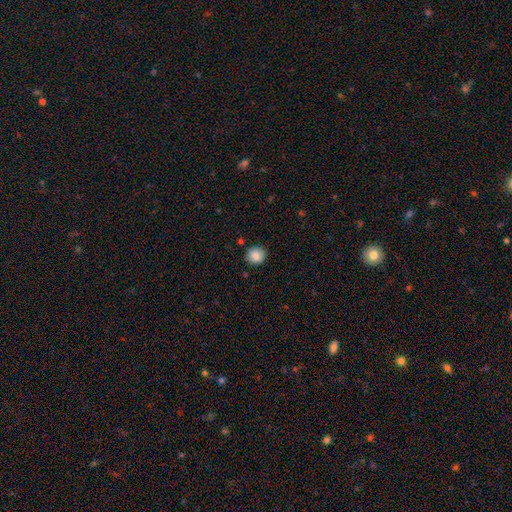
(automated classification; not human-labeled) Q: Smooth or featured?
A: smooth (86%); runner-up: star or artifact (9%)
Q: How rounded?
A: round (86%); runner-up: in between (13%)
Q: Merging?
A: none (85%); runner-up: minor disturbance (11%)